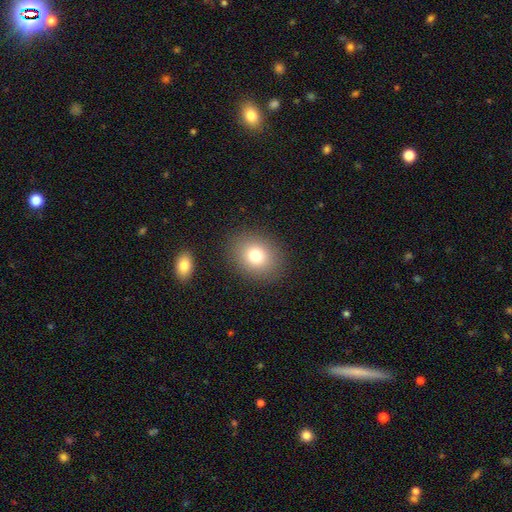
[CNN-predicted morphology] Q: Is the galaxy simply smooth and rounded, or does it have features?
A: smooth — 77%.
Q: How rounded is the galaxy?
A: round — 55%.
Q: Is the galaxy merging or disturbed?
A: none — 87%.